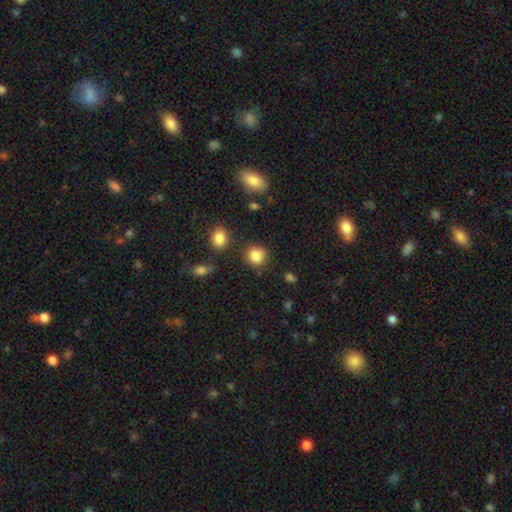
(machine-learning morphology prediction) smooth-or-featured: smooth: 85% | star or artifact: 10% | featured or disk: 5%
  how-rounded: round: 82% | in between: 17% | cigar-shaped: 1%
  merging: none: 81% | minor disturbance: 11% | merger: 4% | major disturbance: 3%